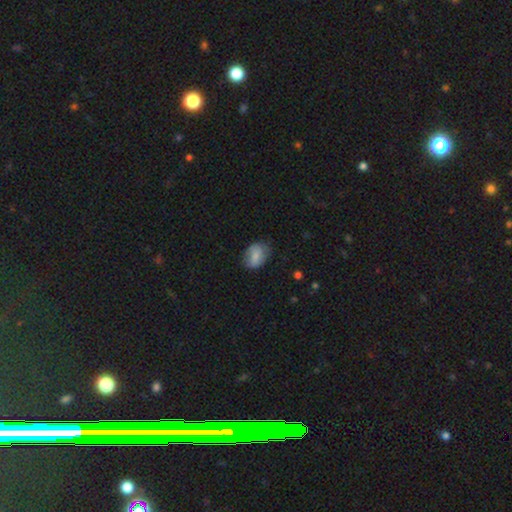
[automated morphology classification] This appears to be a smooth galaxy with no disk features (73%) that is in between round and cigar-shaped (75%). Merging: none (69%).